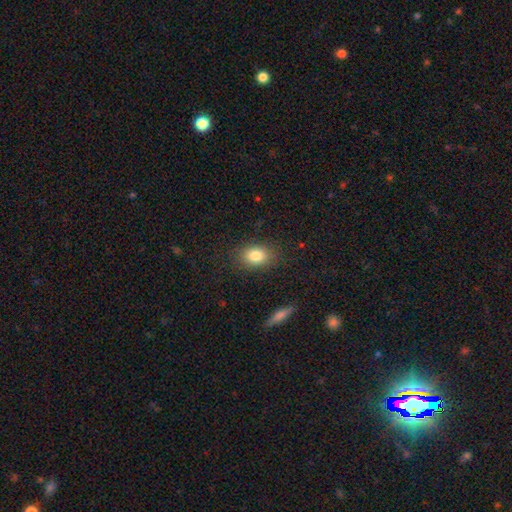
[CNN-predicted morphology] Smooth or featured? Predicted: smooth (p=0.83). How rounded? Predicted: in between (p=0.76). Merging? Predicted: none (p=0.84).